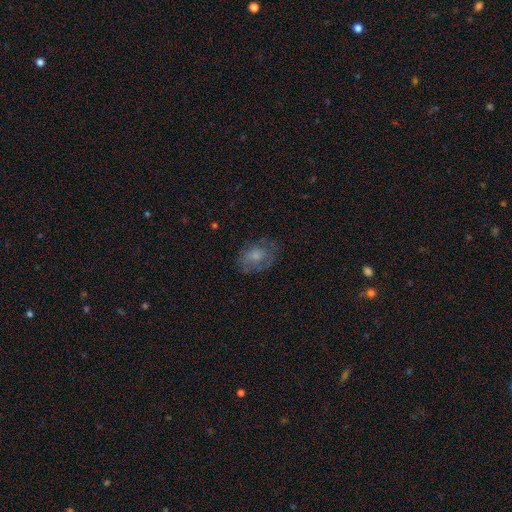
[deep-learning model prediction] Smooth or featured: smooth — 60% (featured or disk — 30%)
How rounded: in between — 69% (round — 30%)
Merging: none — 60% (minor disturbance — 23%)